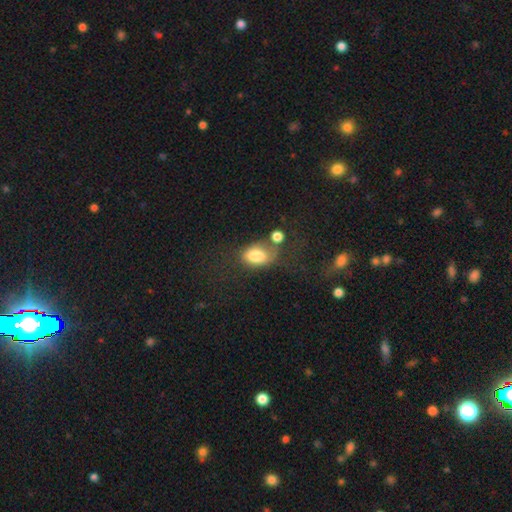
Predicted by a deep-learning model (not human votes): This is likely a smooth galaxy (80%). How rounded: clearly in between (86%). Merging: marginally none (34%).